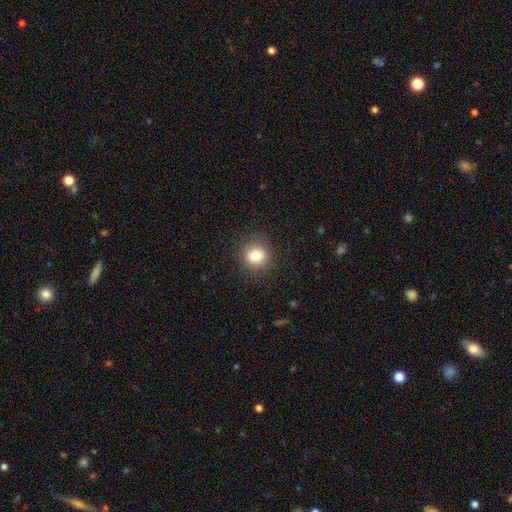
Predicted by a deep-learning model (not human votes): Smooth or featured?
  - smooth: 83% *
  - star or artifact: 11%
  - featured or disk: 7%
How rounded?
  - round: 83% *
  - in between: 16%
  - cigar-shaped: 1%
Merging?
  - none: 88% *
  - minor disturbance: 8%
  - major disturbance: 3%
  - merger: 1%